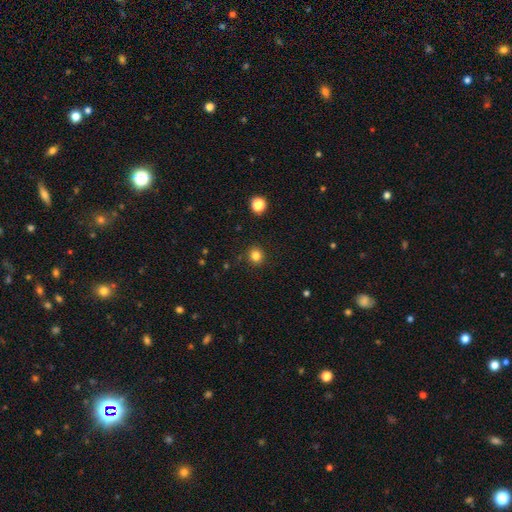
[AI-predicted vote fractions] smooth_or_featured: smooth (p=0.82) [alt: star or artifact p=0.13]
how_rounded: round (p=0.90) [alt: in between p=0.09]
merging: none (p=0.91) [alt: minor disturbance p=0.06]